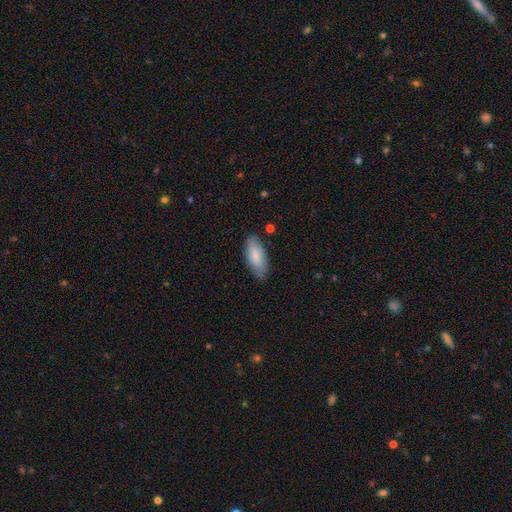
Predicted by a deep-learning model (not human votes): A smooth galaxy with no disk features (83%) that is in between round and cigar-shaped (83%).

Vote fractions:
- Smooth or featured? smooth: 83% / featured or disk: 12% / star or artifact: 6%
- How rounded? in between: 83% / cigar-shaped: 16% / round: 2%
- Merging? none: 81% / minor disturbance: 15% / major disturbance: 3% / merger: 2%